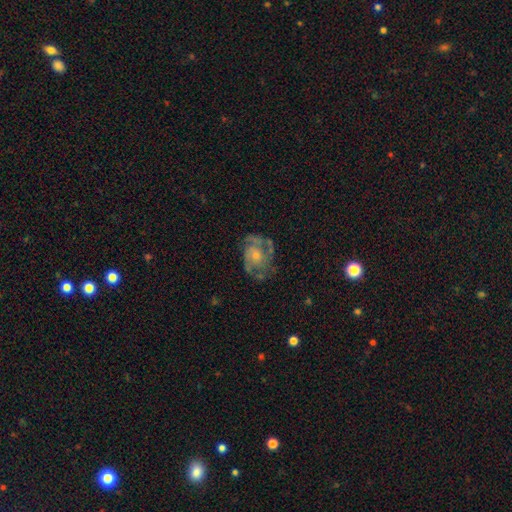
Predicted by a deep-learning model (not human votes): A featured or disk galaxy (81%) with no bar (75%), 2 (51%) medium (47%) spiral arms (91%) and a small central bulge (62%). Merging: none (66%).